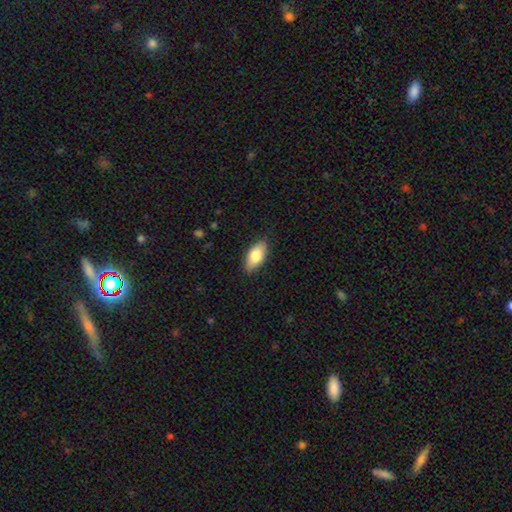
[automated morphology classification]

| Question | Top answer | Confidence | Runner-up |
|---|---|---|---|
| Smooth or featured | smooth | 80% | featured or disk (14%) |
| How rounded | in between | 91% | cigar-shaped (6%) |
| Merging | none | 86% | minor disturbance (11%) |